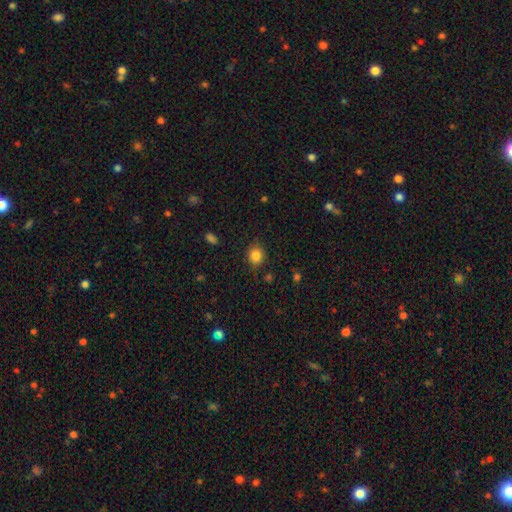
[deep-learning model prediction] Smooth or featured: smooth — 83% (star or artifact — 11%)
How rounded: round — 81% (in between — 18%)
Merging: none — 84% (minor disturbance — 11%)